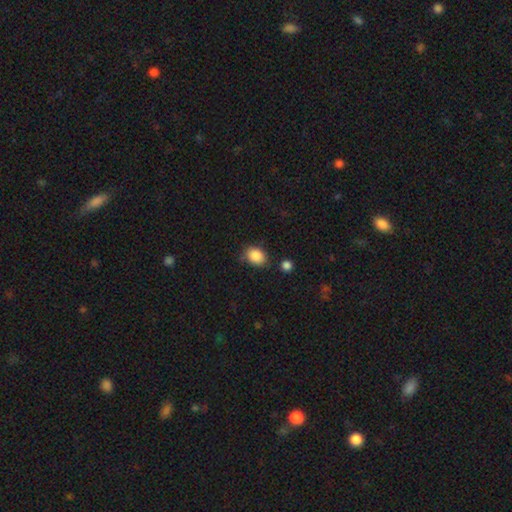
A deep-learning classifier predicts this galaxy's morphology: This appears to be a smooth galaxy with no disk features (88%) that is in between round and cigar-shaped (68%). Merging: none (75%).